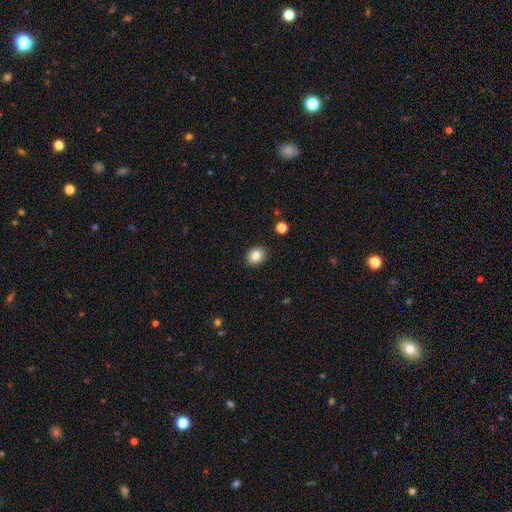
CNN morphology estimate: smooth_or_featured: smooth (p=0.84) [alt: star or artifact p=0.10]
how_rounded: round (p=0.62) [alt: in between p=0.37]
merging: none (p=0.90) [alt: minor disturbance p=0.06]